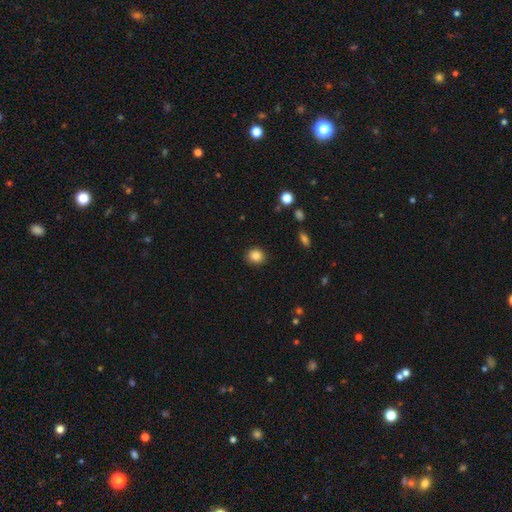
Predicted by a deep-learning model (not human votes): This appears to be a smooth galaxy with no disk features (86%) that is round (76%). Merging: none (89%).